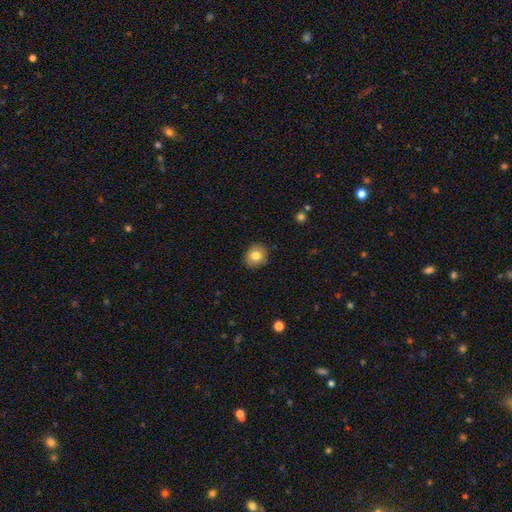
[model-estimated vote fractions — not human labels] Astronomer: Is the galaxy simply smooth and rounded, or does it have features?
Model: smooth — 81%.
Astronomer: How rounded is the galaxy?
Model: round — 80%.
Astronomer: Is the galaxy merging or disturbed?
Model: none — 88%.